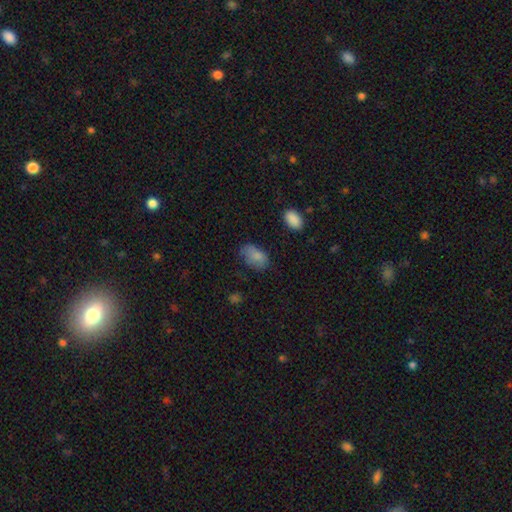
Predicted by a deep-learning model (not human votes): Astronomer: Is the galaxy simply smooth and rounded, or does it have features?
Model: smooth — 82%.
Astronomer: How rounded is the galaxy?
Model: in between — 91%.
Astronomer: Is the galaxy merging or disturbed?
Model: none — 59%.